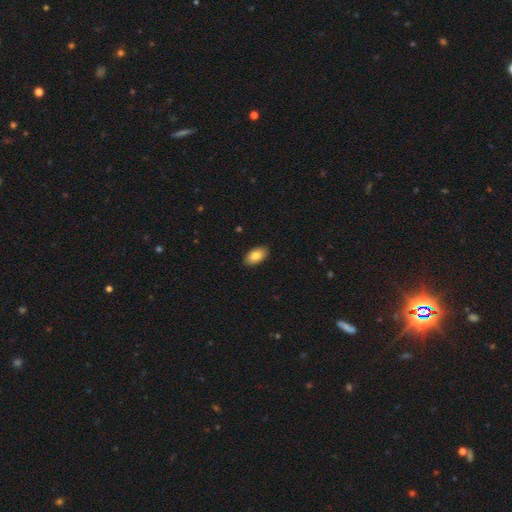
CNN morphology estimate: Smooth or featured: smooth — 85% (featured or disk — 9%)
How rounded: in between — 94% (round — 3%)
Merging: none — 89% (minor disturbance — 8%)